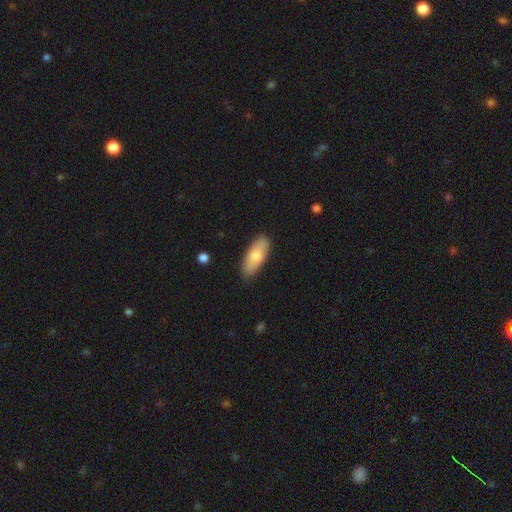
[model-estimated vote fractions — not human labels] Morphology: type=smooth (78%); roundness=in between (77%); merging=none (86%).